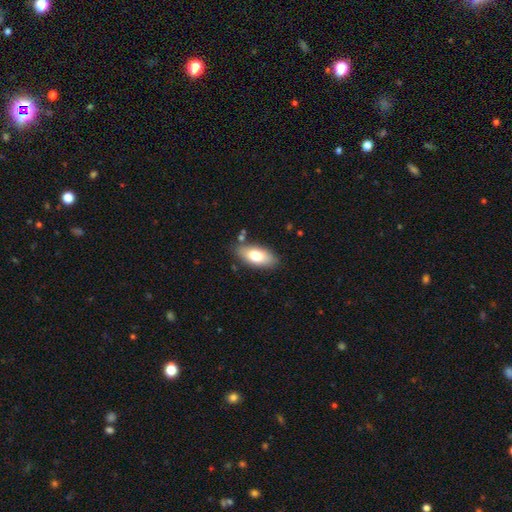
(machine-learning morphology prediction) A smooth galaxy with no disk features (78%) that is in between round and cigar-shaped (87%).

Vote fractions:
- Smooth or featured? smooth: 78% / featured or disk: 15% / star or artifact: 6%
- How rounded? in between: 87% / cigar-shaped: 11% / round: 2%
- Merging? none: 81% / minor disturbance: 13% / major disturbance: 3% / merger: 3%